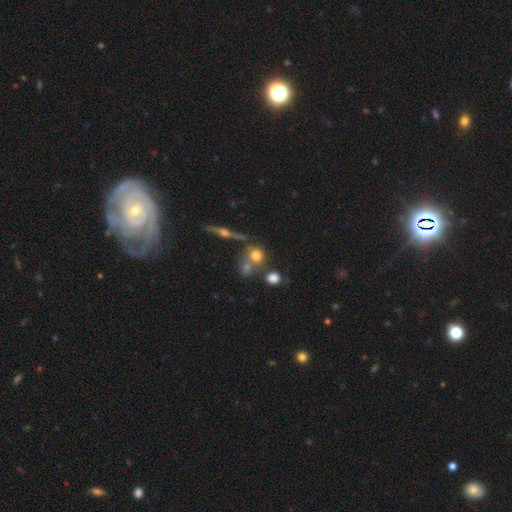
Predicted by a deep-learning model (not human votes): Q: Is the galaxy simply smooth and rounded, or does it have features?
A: smooth — 70%.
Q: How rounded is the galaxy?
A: round — 81%.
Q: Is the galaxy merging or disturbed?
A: none — 55%.